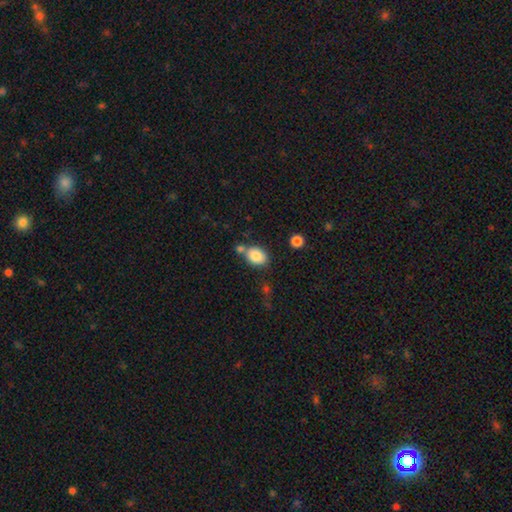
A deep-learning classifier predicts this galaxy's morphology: smooth_or_featured: smooth (p=0.84) [alt: star or artifact p=0.08]
how_rounded: in between (p=0.67) [alt: round p=0.32]
merging: none (p=0.61) [alt: merger p=0.21]